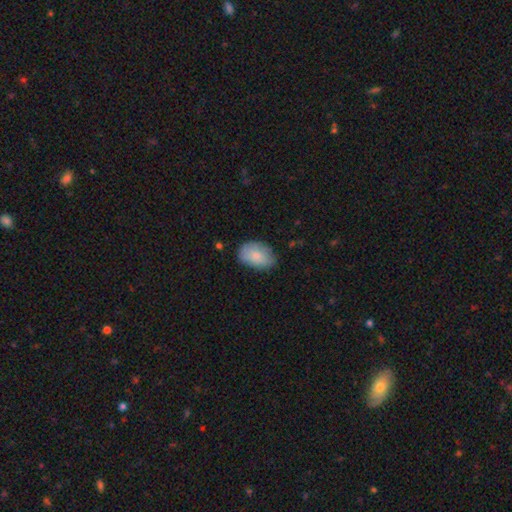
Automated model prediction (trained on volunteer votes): This appears to be a smooth galaxy with no disk features (82%) that is in between round and cigar-shaped (87%). Merging: none (71%).